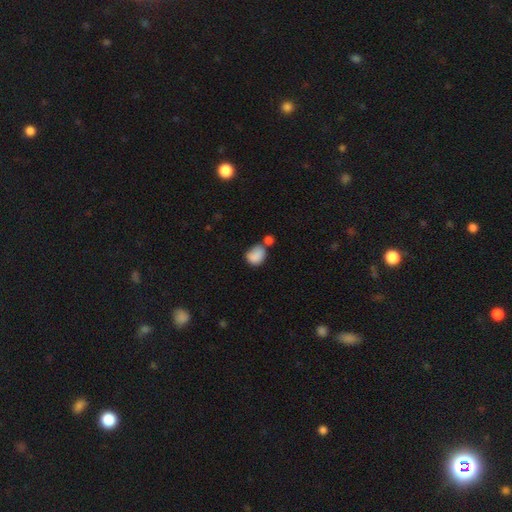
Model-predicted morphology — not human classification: A smooth galaxy with no disk features (85%) that is in between round and cigar-shaped (54%). Merging: none (39%).